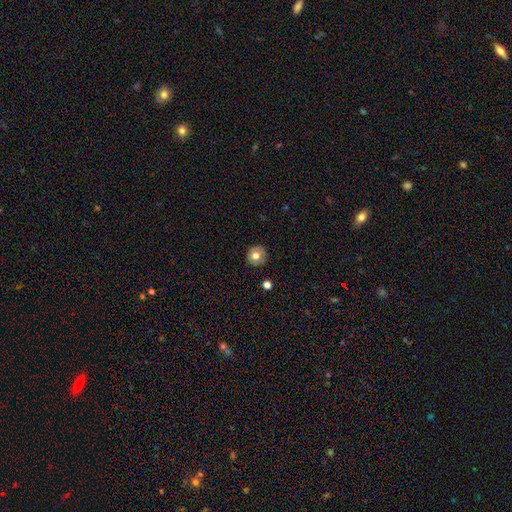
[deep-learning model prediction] smooth-or-featured: smooth: 73% | featured or disk: 18% | star or artifact: 9%
  how-rounded: round: 93% | in between: 6% | cigar-shaped: 1%
  merging: none: 89% | minor disturbance: 8% | major disturbance: 2% | merger: 1%